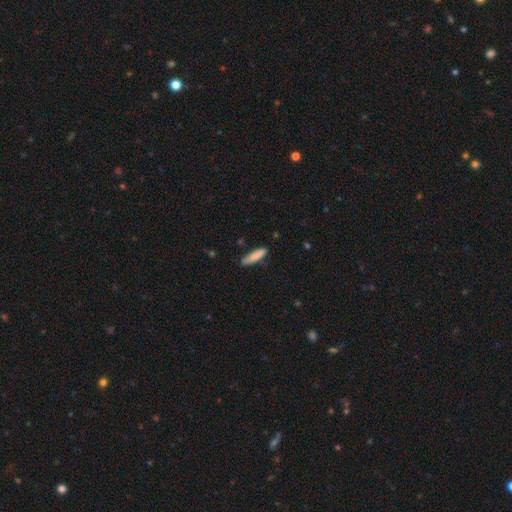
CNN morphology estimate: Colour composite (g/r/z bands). It shows a smooth galaxy with no disk features (85%) that is cigar-shaped (82%). Merging: none (82%).